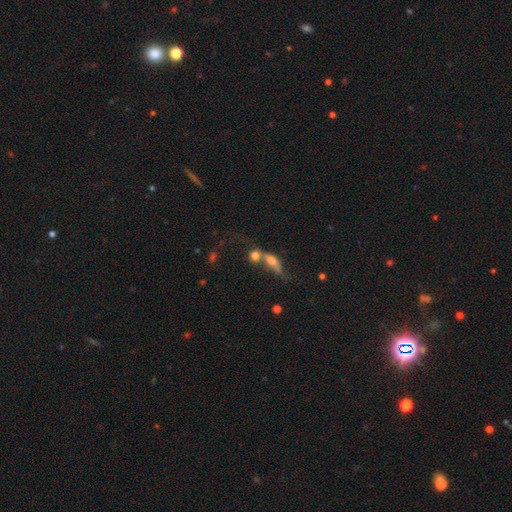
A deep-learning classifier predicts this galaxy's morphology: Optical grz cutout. It shows a smooth galaxy with no disk features (67%) that is in between round and cigar-shaped (48%). Merging: merger (58%).